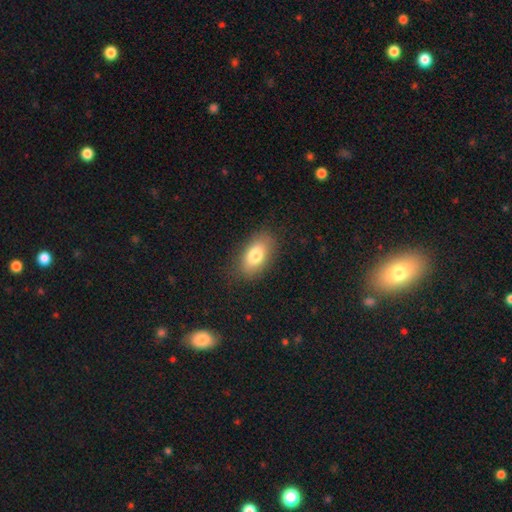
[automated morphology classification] A smooth galaxy with no disk features (79%) that is in between round and cigar-shaped (90%). Merging: none (83%).